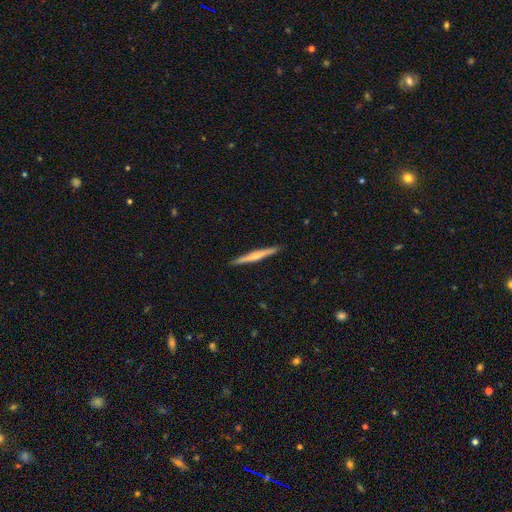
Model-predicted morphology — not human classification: Smooth or featured?
  - featured or disk: 57% *
  - smooth: 38%
  - star or artifact: 5%
Edge-on disk?
  - yes: 98% *
  - no: 2%
Edge-on bulge?
  - rounded: 64% *
  - none: 28%
  - boxy: 8%
Merging?
  - none: 92% *
  - minor disturbance: 6%
  - major disturbance: 1%
  - merger: 1%